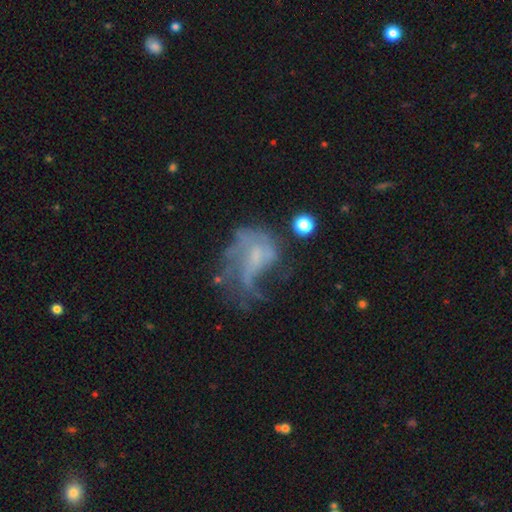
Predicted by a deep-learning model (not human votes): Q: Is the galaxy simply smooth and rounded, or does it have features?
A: featured or disk — 60%.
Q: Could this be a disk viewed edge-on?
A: no — 97%.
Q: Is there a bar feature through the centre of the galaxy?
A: no — 68%.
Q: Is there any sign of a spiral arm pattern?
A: no — 58%.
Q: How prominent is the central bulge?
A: none — 46%.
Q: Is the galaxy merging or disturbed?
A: major disturbance — 48%.